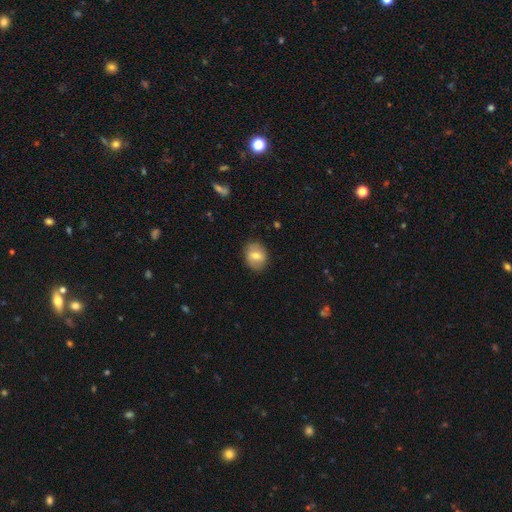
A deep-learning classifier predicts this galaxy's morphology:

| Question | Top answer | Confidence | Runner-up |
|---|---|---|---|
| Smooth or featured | smooth | 59% | featured or disk (33%) |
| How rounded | in between | 50% | round (49%) |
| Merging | none | 84% | minor disturbance (12%) |